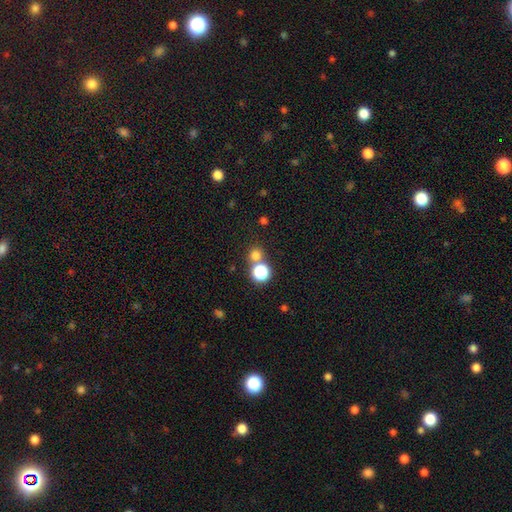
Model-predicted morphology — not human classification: Smooth or featured? smooth (72%)
How rounded? round (89%)
Merging? none (67%)